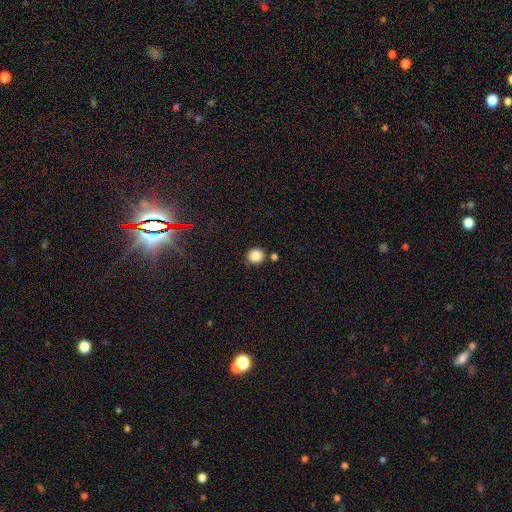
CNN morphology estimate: smooth-or-featured: smooth: 85% | star or artifact: 11% | featured or disk: 4%
  how-rounded: round: 92% | in between: 7% | cigar-shaped: 1%
  merging: none: 82% | minor disturbance: 9% | merger: 7% | major disturbance: 3%